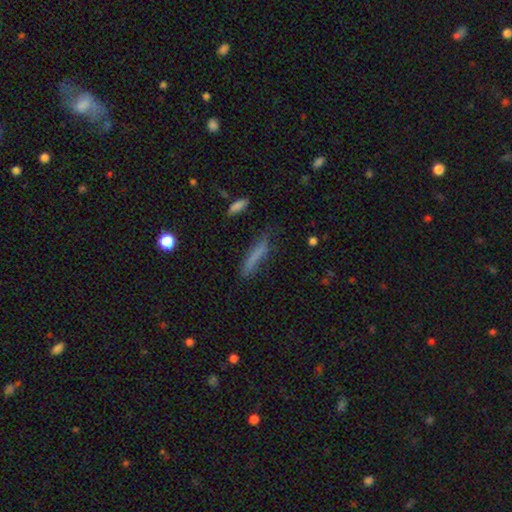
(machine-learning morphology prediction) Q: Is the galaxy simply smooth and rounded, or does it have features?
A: smooth — 72%.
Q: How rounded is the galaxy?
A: cigar-shaped — 89%.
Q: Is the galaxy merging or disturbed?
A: none — 73%.